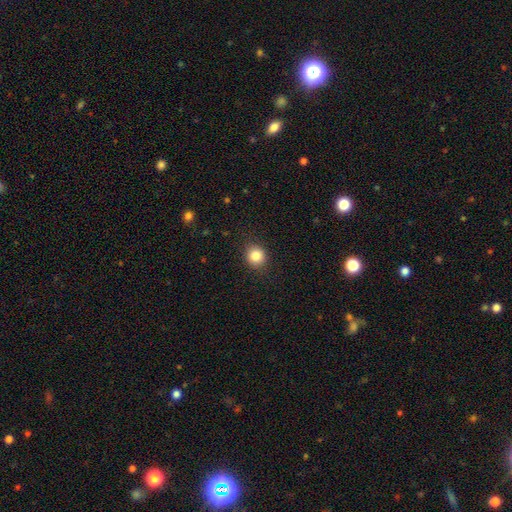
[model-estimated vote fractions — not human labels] smooth-or-featured: smooth: 85% | star or artifact: 10% | featured or disk: 5%
  how-rounded: round: 85% | in between: 14% | cigar-shaped: 1%
  merging: none: 88% | minor disturbance: 9% | major disturbance: 3% | merger: 1%